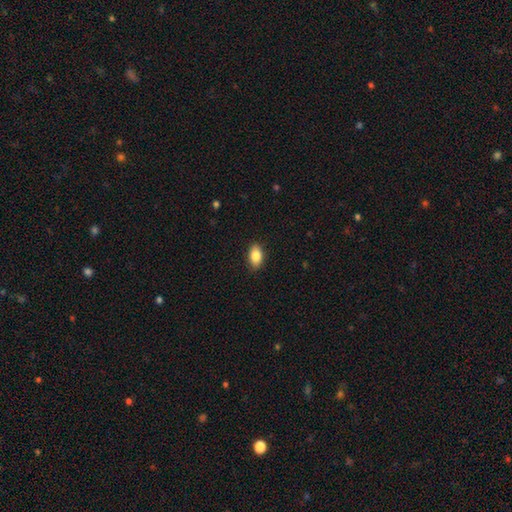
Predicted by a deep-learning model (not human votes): Smooth or featured: smooth — 86% (star or artifact — 7%)
How rounded: in between — 91% (round — 7%)
Merging: none — 88% (minor disturbance — 9%)